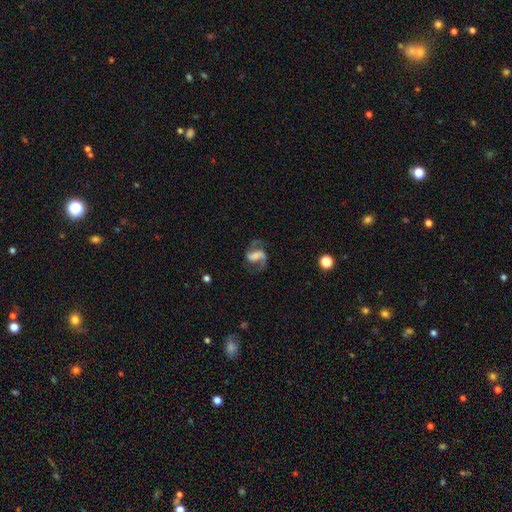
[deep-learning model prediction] A featured or disk galaxy (81%) with a weak bar (39%), 2 (89%) medium (49%) spiral arms (95%) and no central bulge (40%). Merging: none (66%).